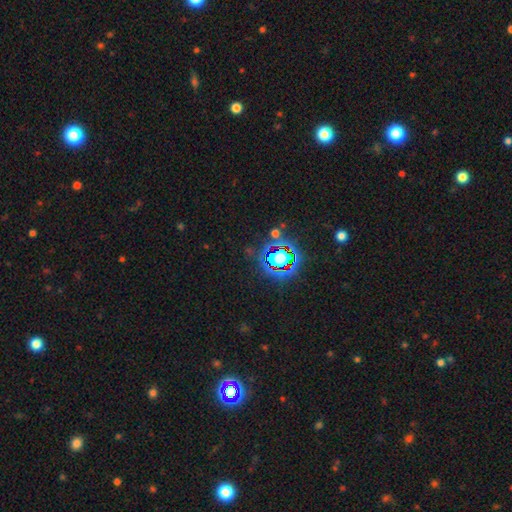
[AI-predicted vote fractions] This appears to be a star or artifact, not a galaxy (81%).